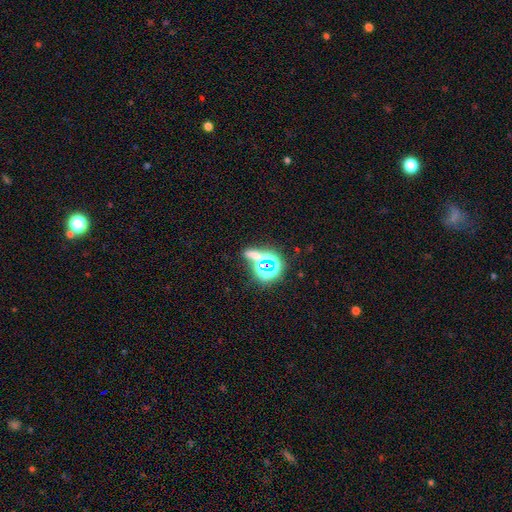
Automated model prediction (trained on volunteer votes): Smooth or featured? star or artifact (56%)